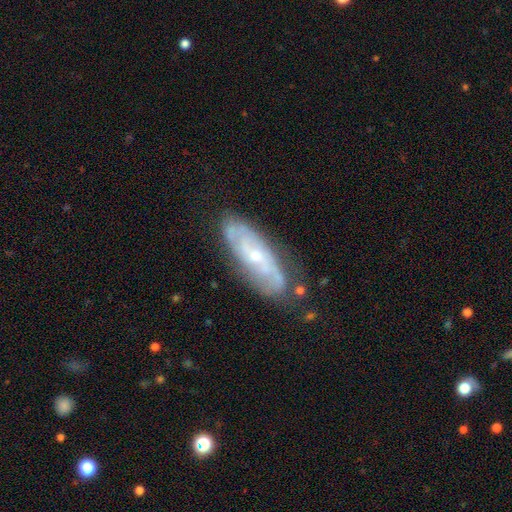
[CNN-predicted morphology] This appears to be a featured or disk galaxy (77%) with no bar (61%), 2 (45%) tight (47%) spiral arms (88%) and a small central bulge (64%). Merging: none (75%).